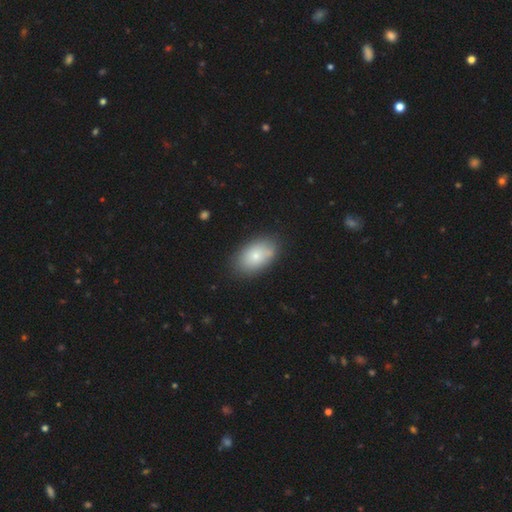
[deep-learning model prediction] smooth 75%, featured or disk 17%, star or artifact 8%. Down the decision tree: how rounded — in between (90%); merging — none (78%).